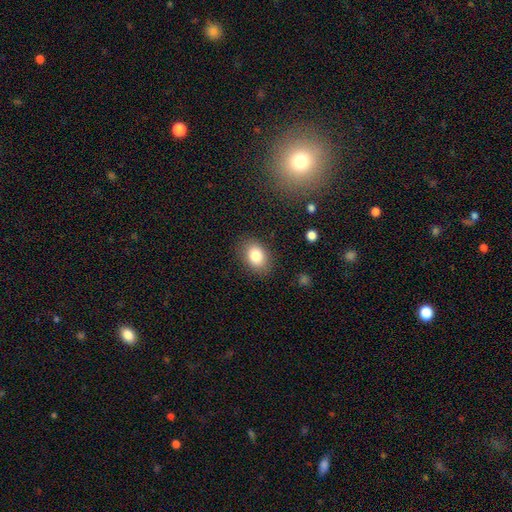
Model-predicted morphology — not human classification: The model was most divided on "how rounded": in between: 74%, round: 25%, cigar-shaped: 1%. More confident: merging — none (84%); smooth or featured — smooth (84%).